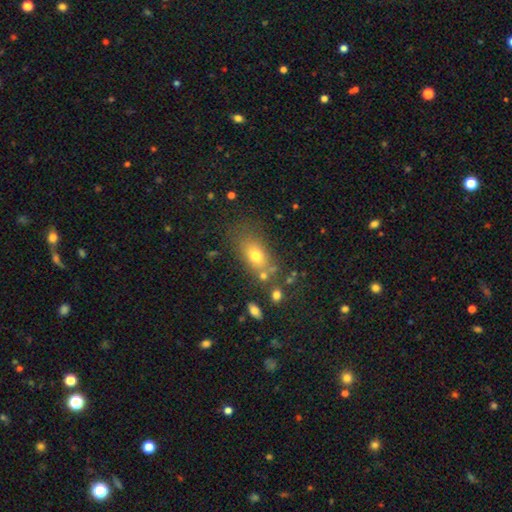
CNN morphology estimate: Smooth or featured? smooth (72%)
How rounded? in between (79%)
Merging? none (65%)